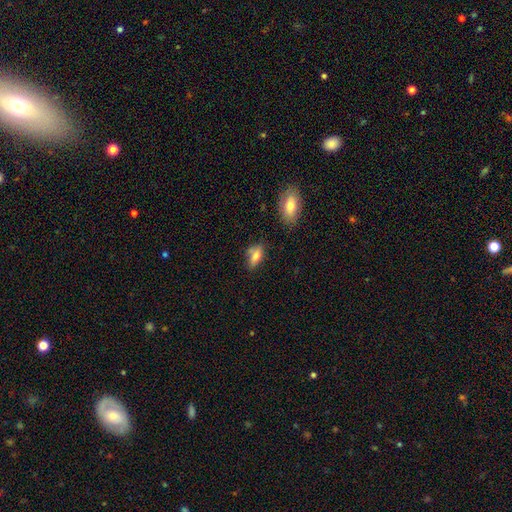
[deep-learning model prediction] smooth-or-featured: smooth: 72% | featured or disk: 19% | star or artifact: 9%
  how-rounded: in between: 79% | cigar-shaped: 15% | round: 5%
  merging: none: 62% | minor disturbance: 23% | merger: 8% | major disturbance: 6%